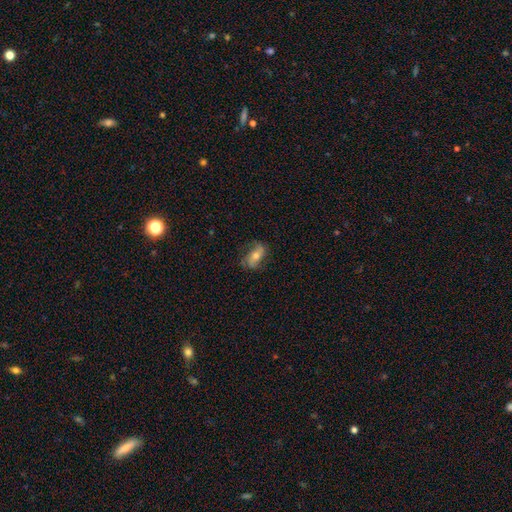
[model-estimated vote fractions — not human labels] Q: Smooth or featured?
A: featured or disk (61%); runner-up: smooth (30%)
Q: Edge-on disk?
A: no (92%); runner-up: yes (8%)
Q: Bar?
A: no (56%); runner-up: weak (26%)
Q: Spiral arms?
A: yes (85%); runner-up: no (15%)
Q: Bulge size?
A: moderate (63%); runner-up: small (29%)
Q: Merging?
A: none (71%); runner-up: minor disturbance (19%)